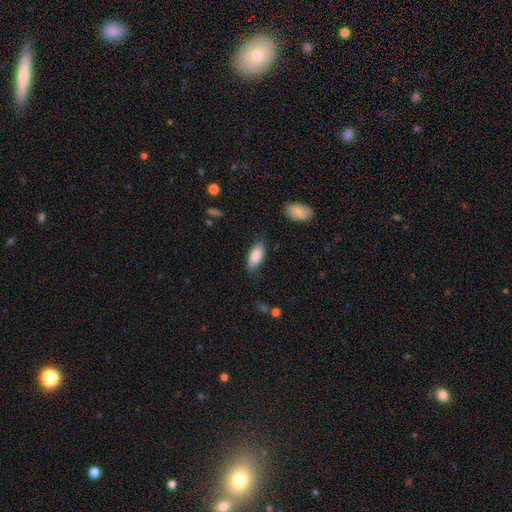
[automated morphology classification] Smooth or featured: smooth — 86% (featured or disk — 8%)
How rounded: in between — 85% (cigar-shaped — 13%)
Merging: none — 75% (minor disturbance — 19%)